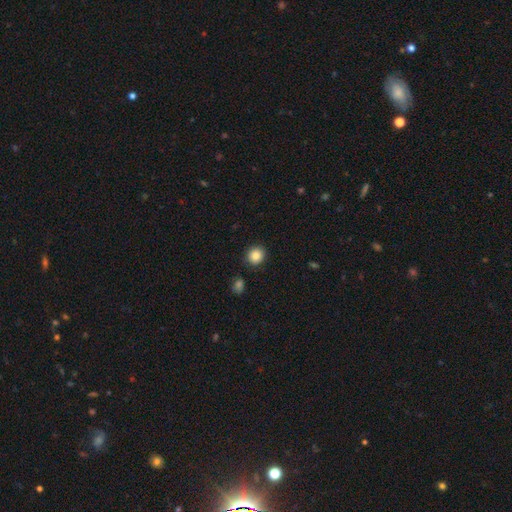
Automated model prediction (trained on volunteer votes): Smooth or featured: smooth — 86% (star or artifact — 9%)
How rounded: round — 85% (in between — 14%)
Merging: none — 88% (minor disturbance — 7%)